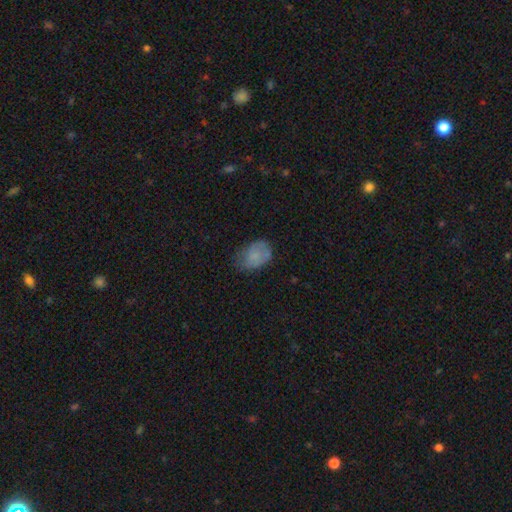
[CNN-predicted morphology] This is likely a smooth galaxy (73%). How rounded: clearly in between (80%). Merging: possibly none (56%).